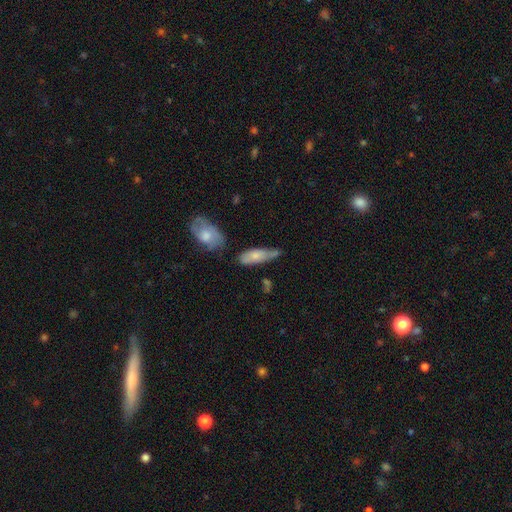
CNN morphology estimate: Smooth or featured? Predicted: smooth (p=0.68). How rounded? Predicted: in between (p=0.62). Merging? Predicted: none (p=0.43).